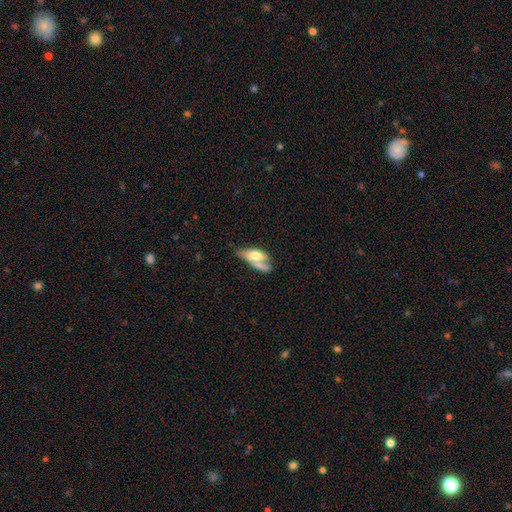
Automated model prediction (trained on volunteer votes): This appears to be a smooth galaxy with no disk features (61%) that is in between round and cigar-shaped (75%). Merging: merger (46%).